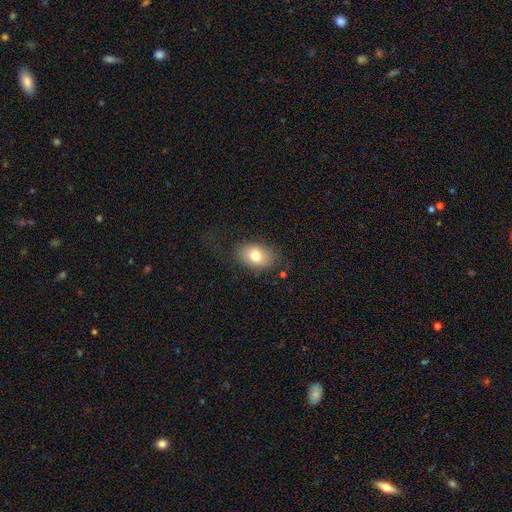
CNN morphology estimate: Smooth or featured? Predicted: smooth (p=0.76). How rounded? Predicted: in between (p=0.81). Merging? Predicted: none (p=0.77).